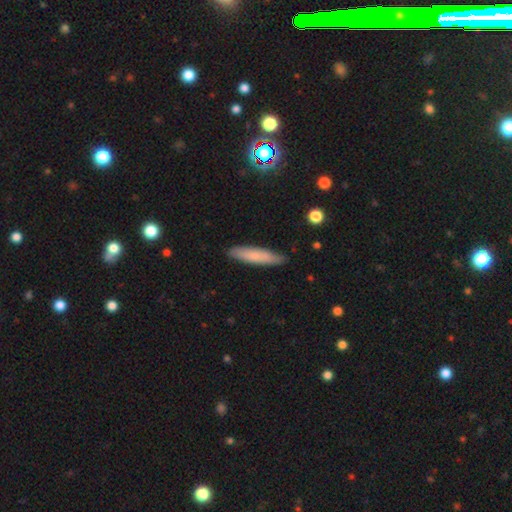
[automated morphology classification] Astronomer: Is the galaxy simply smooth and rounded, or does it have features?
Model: smooth — 71%.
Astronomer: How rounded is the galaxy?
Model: cigar-shaped — 84%.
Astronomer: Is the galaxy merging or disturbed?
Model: none — 87%.